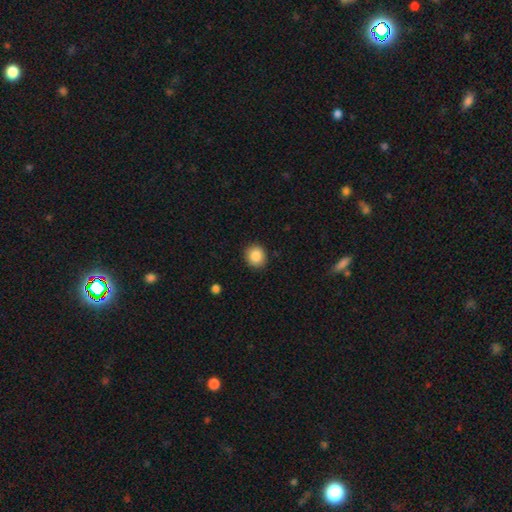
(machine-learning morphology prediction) A smooth galaxy with no disk features (87%) that is round (85%). Merging: none (91%).